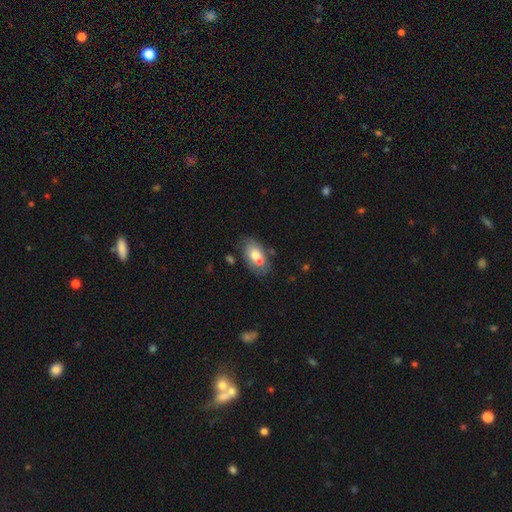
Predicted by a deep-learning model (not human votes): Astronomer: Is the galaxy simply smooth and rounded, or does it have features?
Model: smooth — 69%.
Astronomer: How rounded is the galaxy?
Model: in between — 91%.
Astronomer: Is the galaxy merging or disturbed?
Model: none — 57%.